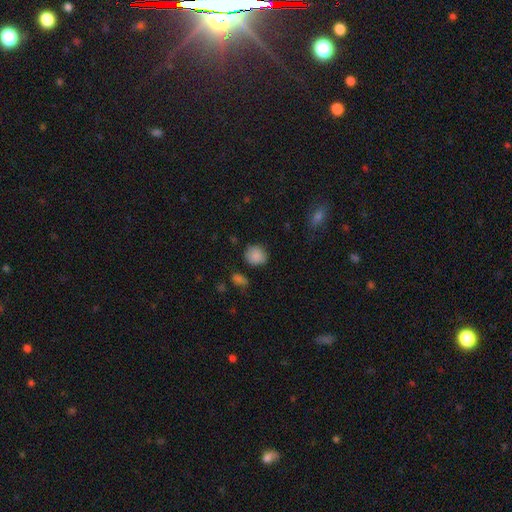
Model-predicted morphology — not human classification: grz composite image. It shows a smooth galaxy with no disk features (86%) that is round (77%). Merging: none (76%).